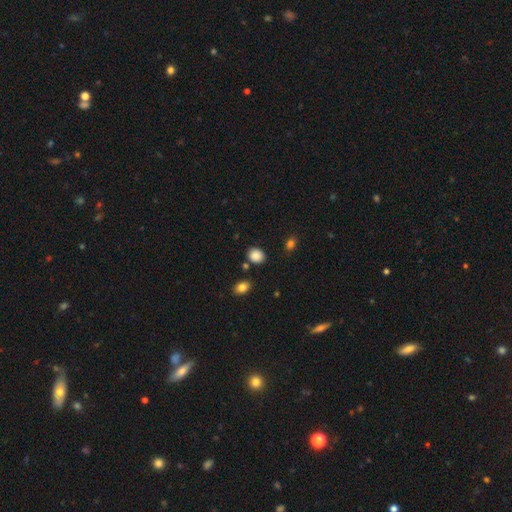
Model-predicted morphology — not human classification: smooth_or_featured: smooth (p=0.86) [alt: star or artifact p=0.09]
how_rounded: round (p=0.58) [alt: in between p=0.41]
merging: none (p=0.82) [alt: minor disturbance p=0.10]